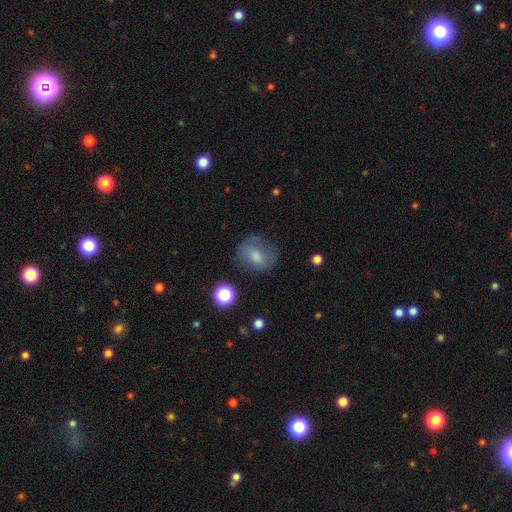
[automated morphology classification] The model was most divided on "how rounded": round: 60%, in between: 39%, cigar-shaped: 1%. More confident: smooth or featured — smooth (68%); merging — none (59%).